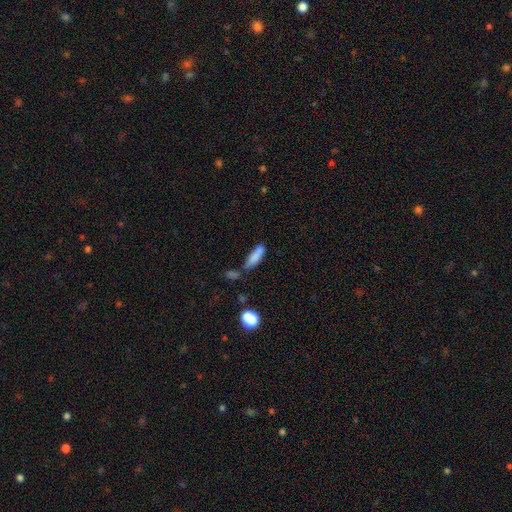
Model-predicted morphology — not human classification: smooth_or_featured: smooth (p=0.81) [alt: featured or disk p=0.10]
how_rounded: cigar-shaped (p=0.55) [alt: in between p=0.43]
merging: none (p=0.49) [alt: minor disturbance p=0.24]